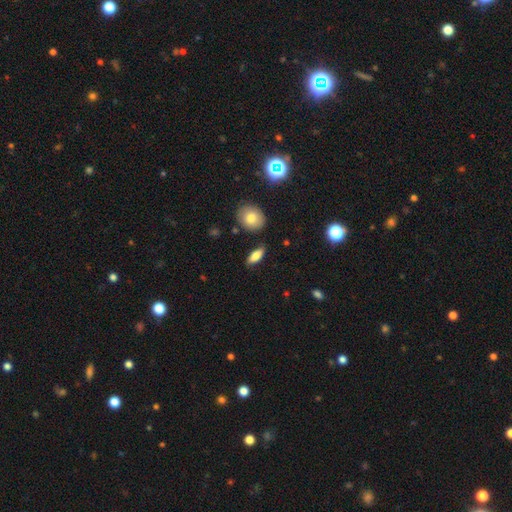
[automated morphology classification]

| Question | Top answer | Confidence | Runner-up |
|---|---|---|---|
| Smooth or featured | smooth | 78% | featured or disk (15%) |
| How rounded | in between | 70% | cigar-shaped (26%) |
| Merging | none | 82% | minor disturbance (12%) |